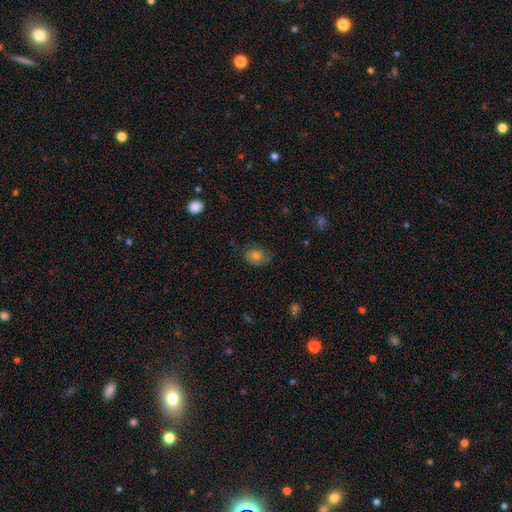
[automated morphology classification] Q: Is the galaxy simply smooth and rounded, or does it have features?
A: smooth — 69%.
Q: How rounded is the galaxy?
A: in between — 60%.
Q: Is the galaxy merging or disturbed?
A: none — 70%.